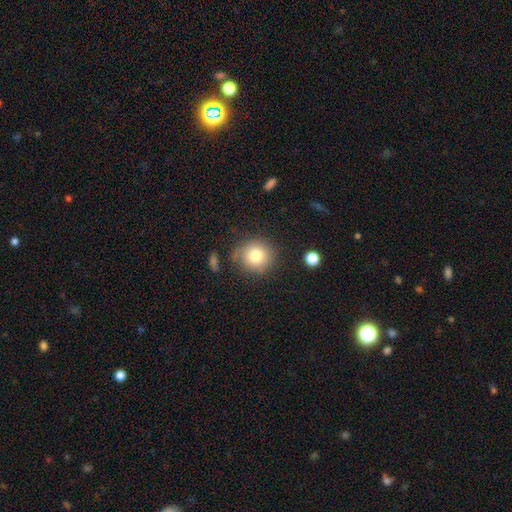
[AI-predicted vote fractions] Overall: smooth (79%). How rounded: round (90%). Merging: none (77%).